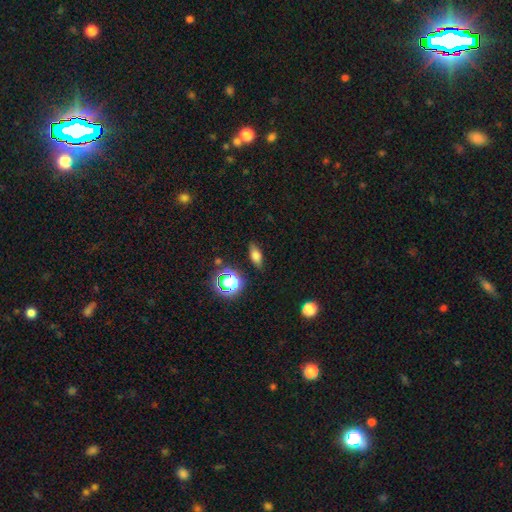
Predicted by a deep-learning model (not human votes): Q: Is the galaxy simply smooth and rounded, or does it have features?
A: smooth — 70%.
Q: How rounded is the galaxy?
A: in between — 74%.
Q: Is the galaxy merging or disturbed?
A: none — 83%.